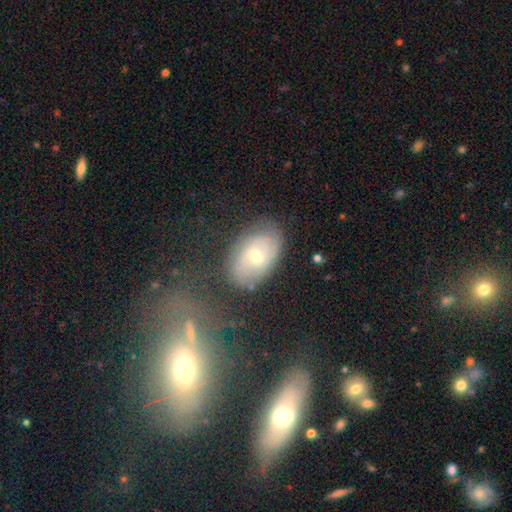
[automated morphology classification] Q: Smooth or featured?
A: featured or disk (55%); runner-up: smooth (35%)
Q: Edge-on disk?
A: no (93%); runner-up: yes (7%)
Q: Bar?
A: no (68%); runner-up: weak (27%)
Q: Spiral arms?
A: yes (71%); runner-up: no (29%)
Q: Bulge size?
A: moderate (55%); runner-up: small (40%)
Q: Merging?
A: none (74%); runner-up: minor disturbance (17%)